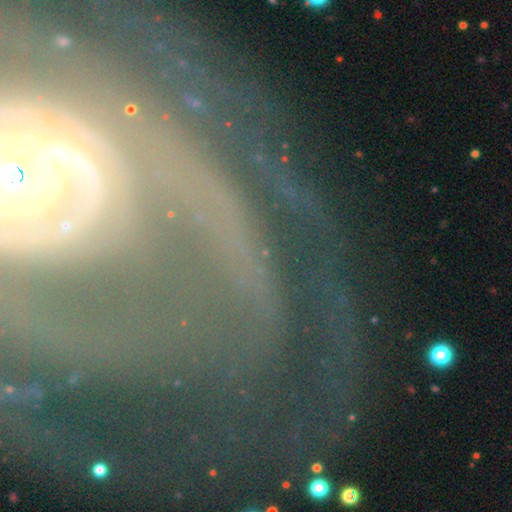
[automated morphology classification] Q: Smooth or featured?
A: featured or disk (74%); runner-up: star or artifact (16%)
Q: Edge-on disk?
A: no (91%); runner-up: yes (9%)
Q: Bar?
A: no (38%); runner-up: strong (36%)
Q: Spiral arms?
A: yes (86%); runner-up: no (14%)
Q: Spiral winding?
A: tight (63%); runner-up: medium (26%)
Q: Spiral arm count?
A: 2 (31%); runner-up: can't tell (25%)
Q: Bulge size?
A: moderate (45%); runner-up: small (34%)
Q: Merging?
A: none (65%); runner-up: major disturbance (15%)